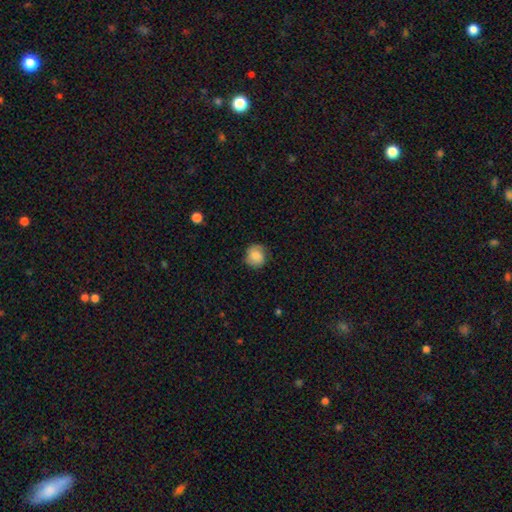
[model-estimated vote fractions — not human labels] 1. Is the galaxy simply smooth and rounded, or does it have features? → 76% smooth, 16% featured or disk, 8% star or artifact.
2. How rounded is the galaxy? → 84% round, 15% in between, 1% cigar-shaped.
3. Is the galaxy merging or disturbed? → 72% none, 20% minor disturbance, 6% major disturbance, 1% merger.